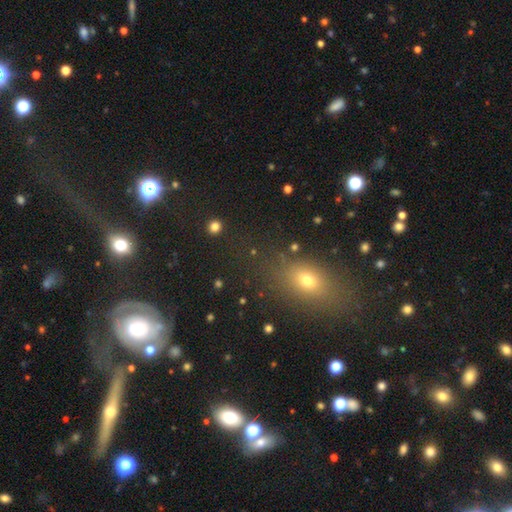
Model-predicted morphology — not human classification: This appears to be a smooth galaxy with no disk features (53%) that is in between round and cigar-shaped (60%). Merging: none (75%).